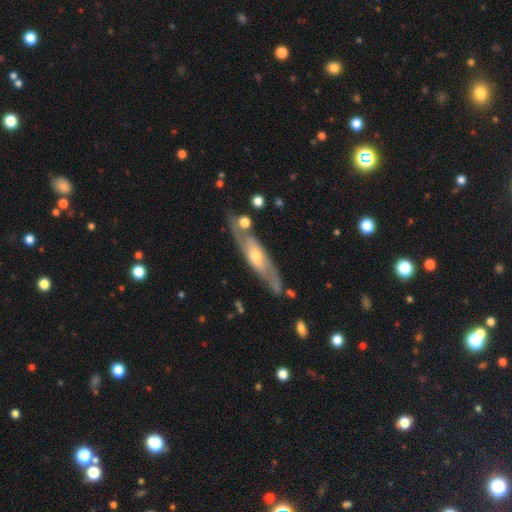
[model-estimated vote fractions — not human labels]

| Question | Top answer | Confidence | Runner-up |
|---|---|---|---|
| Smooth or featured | featured or disk | 75% | smooth (20%) |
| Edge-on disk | no | 60% | yes (40%) |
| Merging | none | 71% | minor disturbance (16%) |